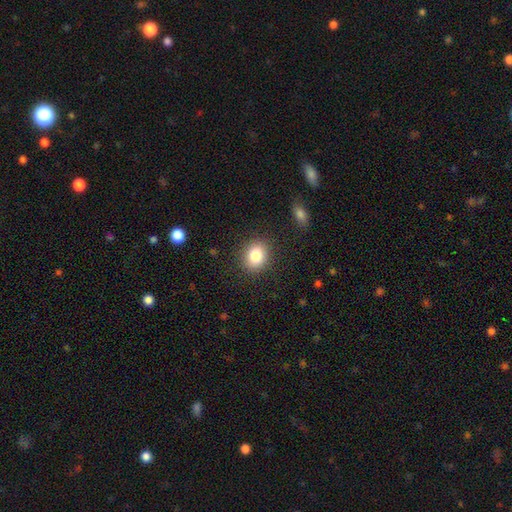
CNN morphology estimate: A smooth galaxy with no disk features (83%) that is round (58%). Merging: none (87%).